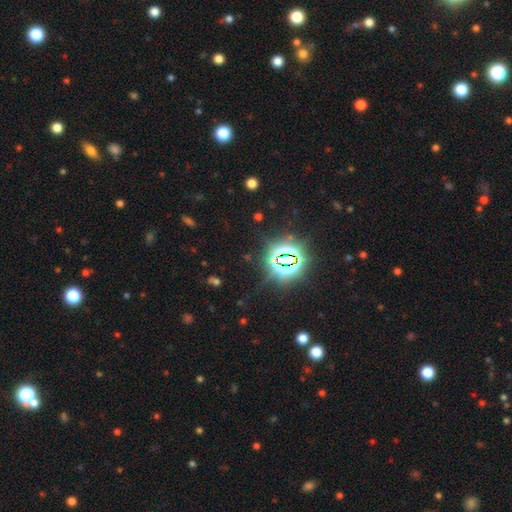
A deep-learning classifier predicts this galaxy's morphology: Smooth or featured? star or artifact (81%)